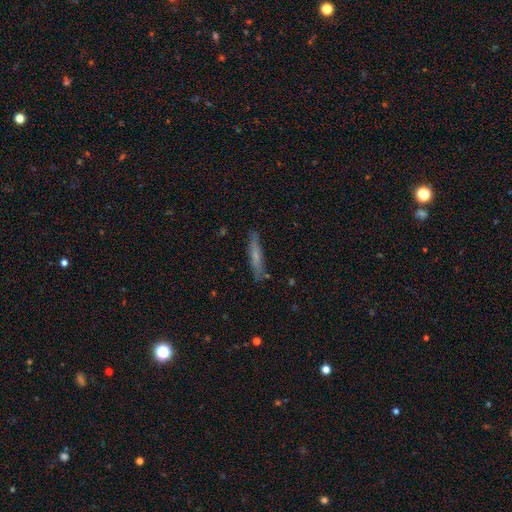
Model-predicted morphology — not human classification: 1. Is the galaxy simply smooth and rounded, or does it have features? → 53% smooth, 39% featured or disk, 7% star or artifact.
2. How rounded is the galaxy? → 90% cigar-shaped, 8% in between, 2% round.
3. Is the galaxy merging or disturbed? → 83% none, 13% minor disturbance, 2% major disturbance, 2% merger.